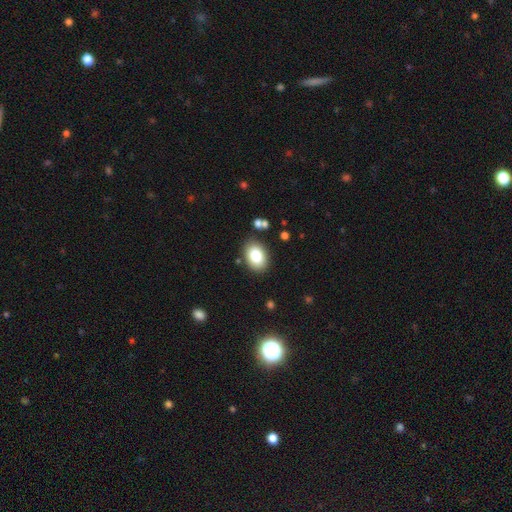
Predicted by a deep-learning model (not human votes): smooth-or-featured: smooth: 83% | featured or disk: 9% | star or artifact: 8%
  how-rounded: in between: 83% | round: 16% | cigar-shaped: 1%
  merging: none: 84% | minor disturbance: 10% | merger: 3% | major disturbance: 3%